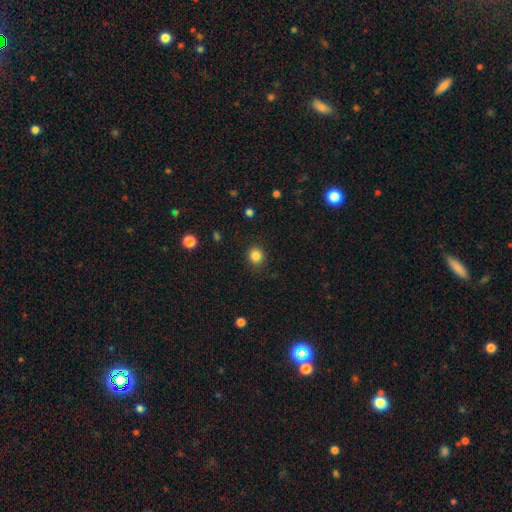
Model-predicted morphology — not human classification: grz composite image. It shows a smooth galaxy with no disk features (85%) that is round (84%). Merging: none (89%).